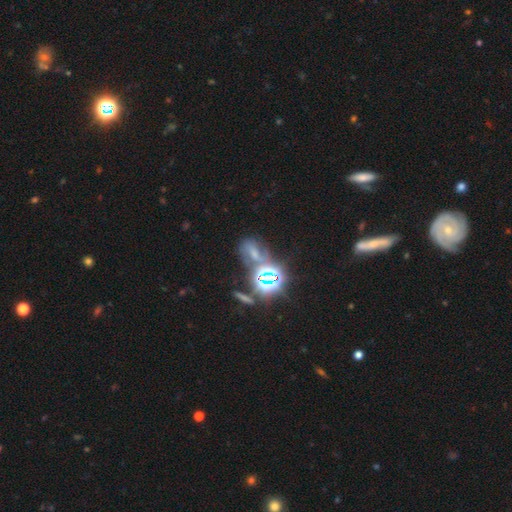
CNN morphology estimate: Smooth or featured?
  - star or artifact: 65% *
  - smooth: 19%
  - featured or disk: 16%